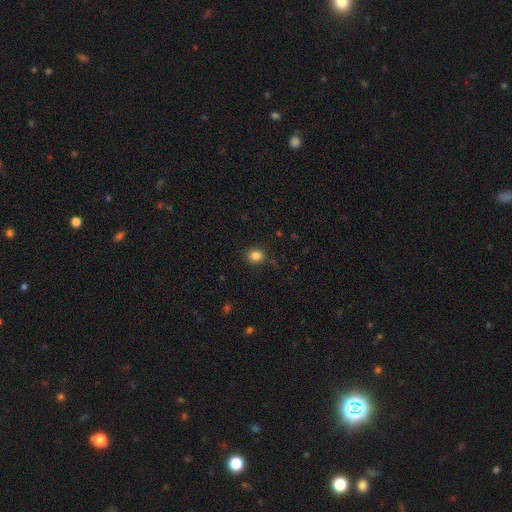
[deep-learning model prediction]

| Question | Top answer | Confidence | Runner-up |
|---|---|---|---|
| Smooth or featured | smooth | 84% | star or artifact (12%) |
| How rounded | round | 77% | in between (22%) |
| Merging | none | 86% | minor disturbance (10%) |